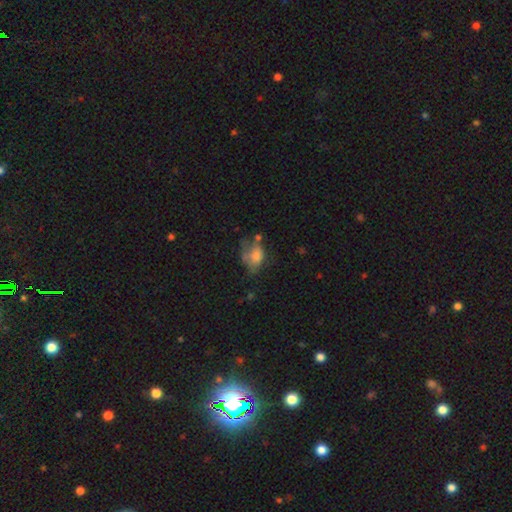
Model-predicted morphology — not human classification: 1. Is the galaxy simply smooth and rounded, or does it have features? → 62% smooth, 27% featured or disk, 12% star or artifact.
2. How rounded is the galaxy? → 80% in between, 18% round, 2% cigar-shaped.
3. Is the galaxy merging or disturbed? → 30% major disturbance, 29% none, 27% minor disturbance, 14% merger.